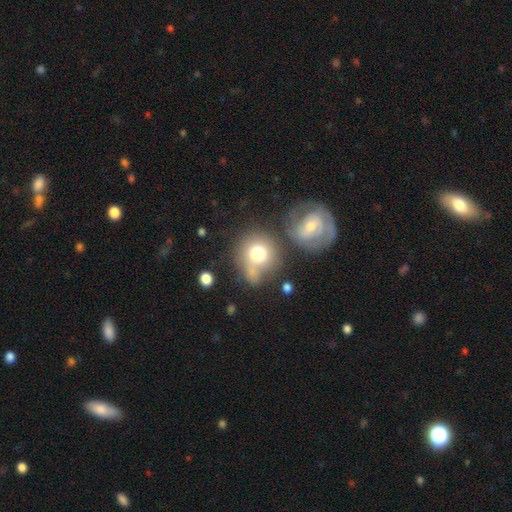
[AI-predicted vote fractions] smooth 69%, featured or disk 21%, star or artifact 10%. Down the decision tree: how rounded — round (84%); merging — none (44%).